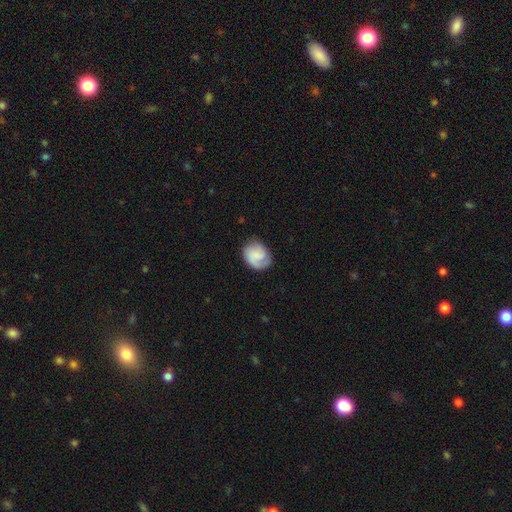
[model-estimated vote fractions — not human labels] Smooth or featured?
  - smooth: 52% *
  - featured or disk: 41%
  - star or artifact: 7%
How rounded?
  - round: 54% *
  - in between: 45%
  - cigar-shaped: 1%
Merging?
  - none: 71% *
  - minor disturbance: 20%
  - major disturbance: 8%
  - merger: 1%